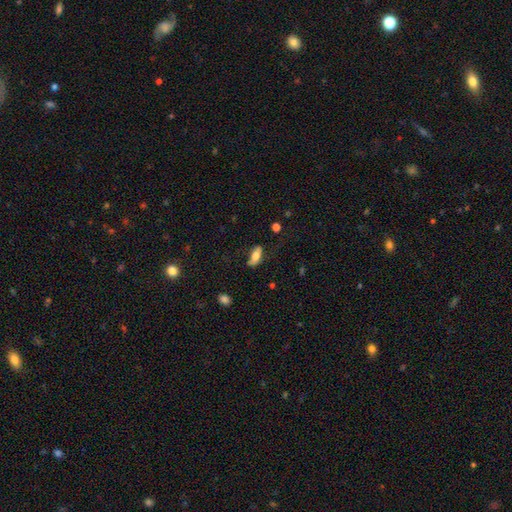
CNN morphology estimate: Overall: smooth (68%). How rounded: in between (79%). Merging: none (61%; minor disturbance 25%).